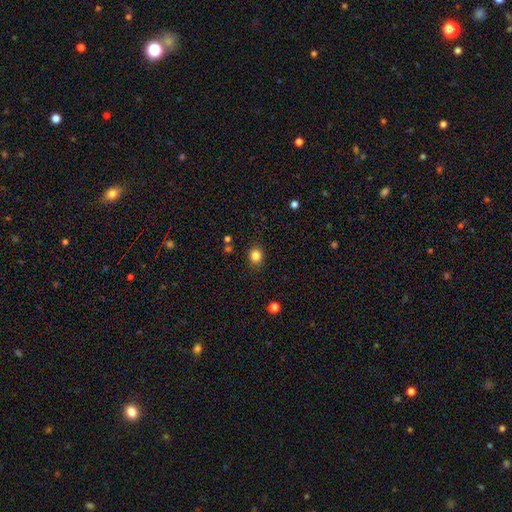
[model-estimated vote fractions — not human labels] smooth_or_featured: smooth (p=0.83) [alt: star or artifact p=0.12]
how_rounded: round (p=0.74) [alt: in between p=0.25]
merging: none (p=0.86) [alt: minor disturbance p=0.09]